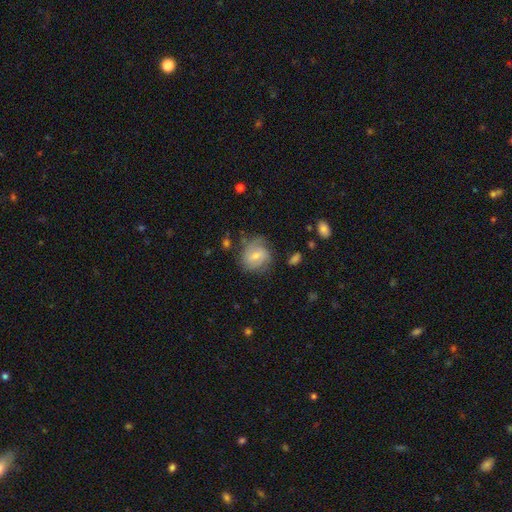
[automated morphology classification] A featured or disk galaxy (51%).

Vote fractions:
- Smooth or featured? featured or disk: 51% / smooth: 41% / star or artifact: 8%
- Edge-on disk? no: 96% / yes: 4%
- Merging? none: 62% / minor disturbance: 24% / major disturbance: 11% / merger: 3%